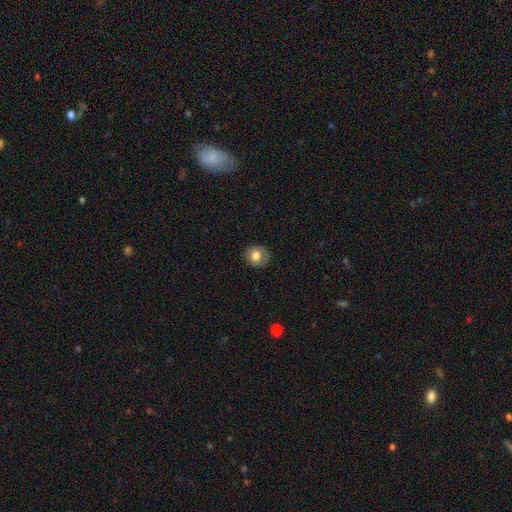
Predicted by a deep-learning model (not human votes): Morphology: type=smooth (72%); roundness=round (77%); merging=none (82%).